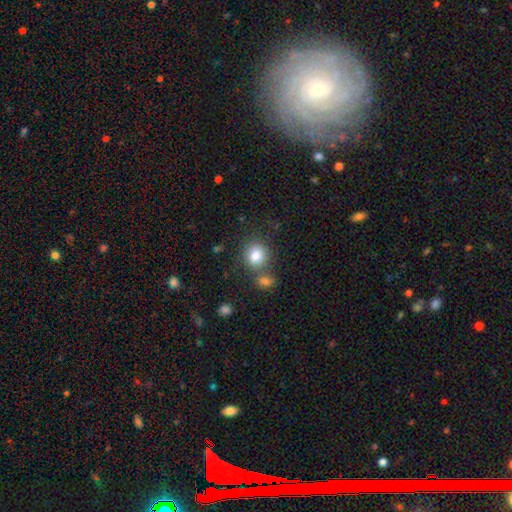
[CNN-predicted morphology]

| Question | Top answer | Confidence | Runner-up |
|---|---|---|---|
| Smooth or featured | smooth | 83% | star or artifact (9%) |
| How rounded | round | 72% | in between (27%) |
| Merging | none | 61% | merger (22%) |